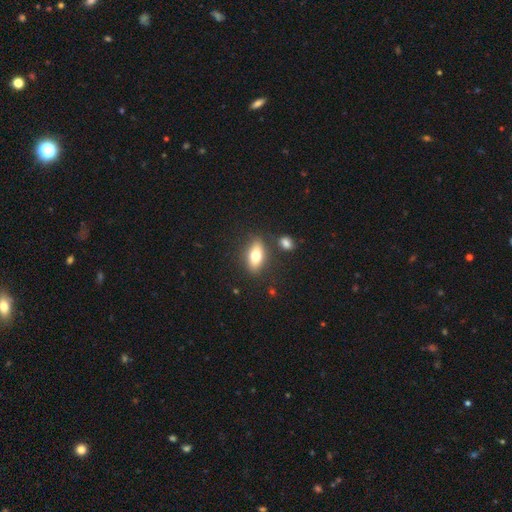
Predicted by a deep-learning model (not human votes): Smooth or featured?
  - smooth: 70% *
  - featured or disk: 22%
  - star or artifact: 8%
How rounded?
  - in between: 79% *
  - cigar-shaped: 15%
  - round: 6%
Merging?
  - none: 79% *
  - minor disturbance: 11%
  - merger: 7%
  - major disturbance: 3%